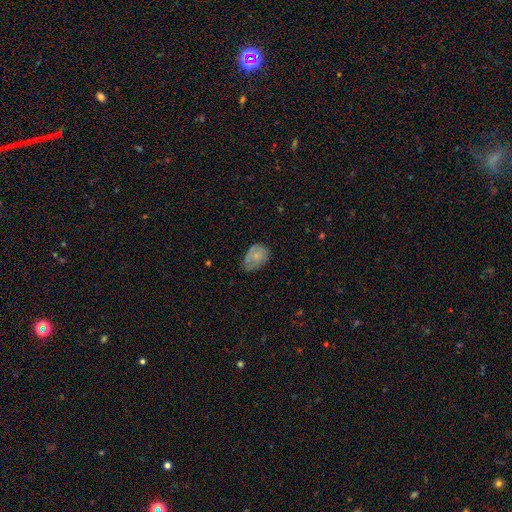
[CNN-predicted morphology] The model was most divided on "merging": none: 52%, minor disturbance: 34%, major disturbance: 12%, merger: 2%. More confident: how rounded — in between (75%); smooth or featured — smooth (64%).